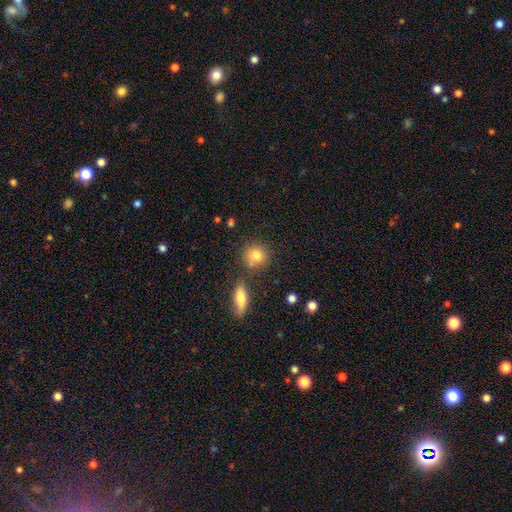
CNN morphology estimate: Overall: smooth (81%). How rounded: round (82%). Merging: none (72%).